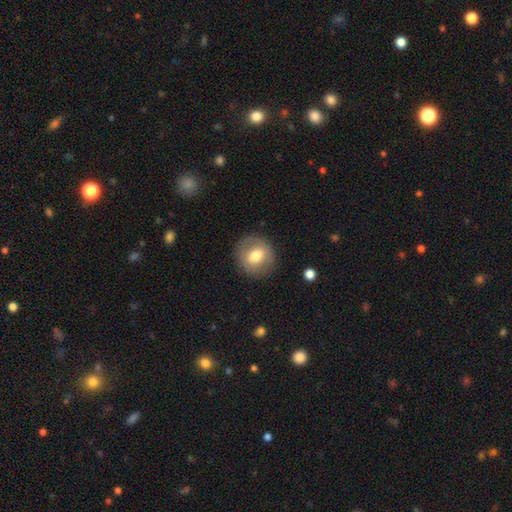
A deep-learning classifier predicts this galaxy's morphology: type=smooth (67%); roundness=round (86%); merging=none (87%).